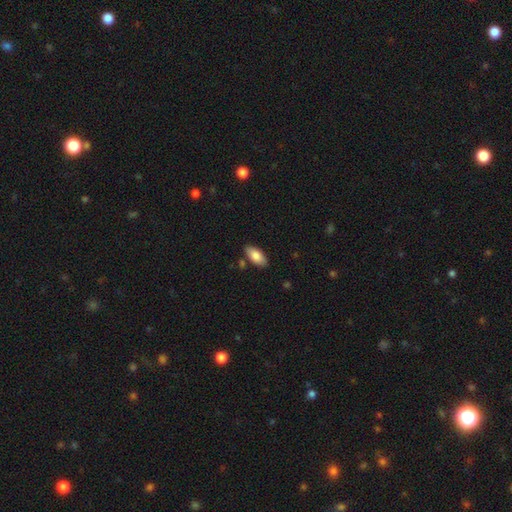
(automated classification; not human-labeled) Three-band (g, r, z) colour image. It shows a smooth galaxy with no disk features (84%) that is in between round and cigar-shaped (90%). Merging: none (83%).